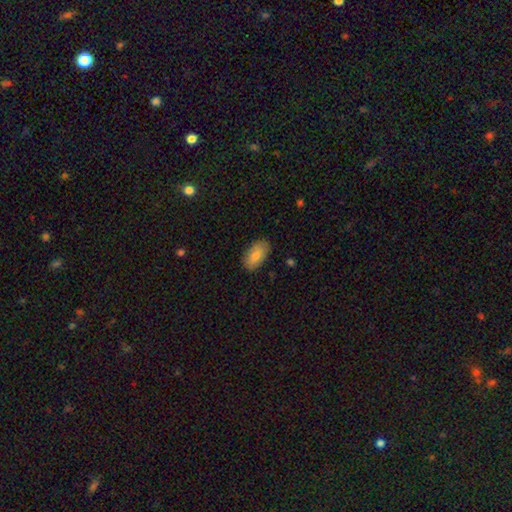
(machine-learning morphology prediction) smooth 79%, featured or disk 15%, star or artifact 7%. Down the decision tree: how rounded — in between (93%); merging — none (85%).